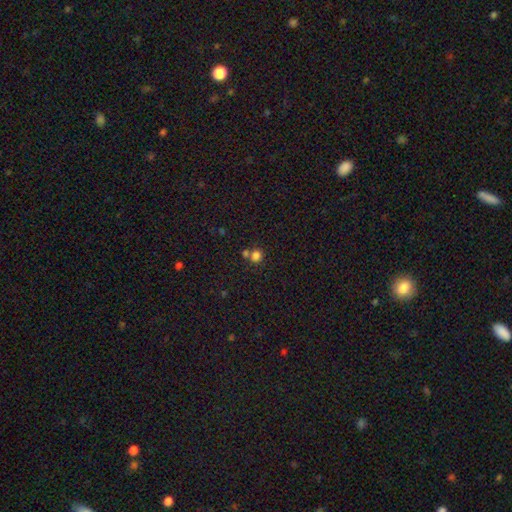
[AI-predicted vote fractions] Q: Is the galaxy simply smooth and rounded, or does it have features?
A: smooth — 80%.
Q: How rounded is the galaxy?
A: round — 86%.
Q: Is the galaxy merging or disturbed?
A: none — 60%.